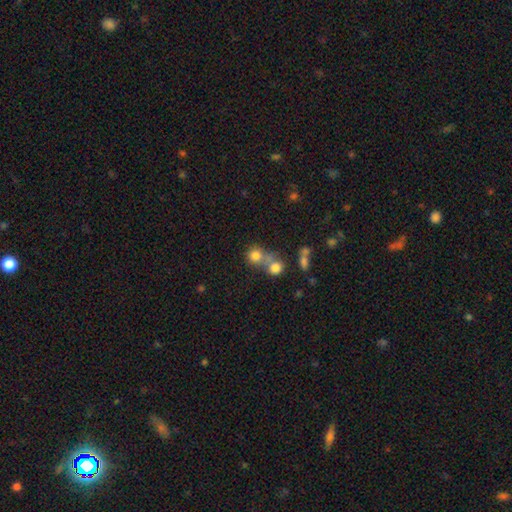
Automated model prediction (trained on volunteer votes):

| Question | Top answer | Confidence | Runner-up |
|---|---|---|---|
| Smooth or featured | smooth | 77% | star or artifact (13%) |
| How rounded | round | 86% | in between (13%) |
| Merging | merger | 48% | none (41%) |